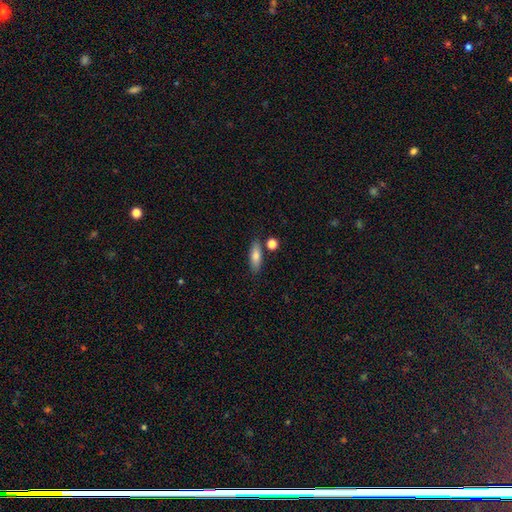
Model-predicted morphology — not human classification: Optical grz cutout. It shows a smooth galaxy with no disk features (76%) that is in between round and cigar-shaped (58%). Merging: none (79%).